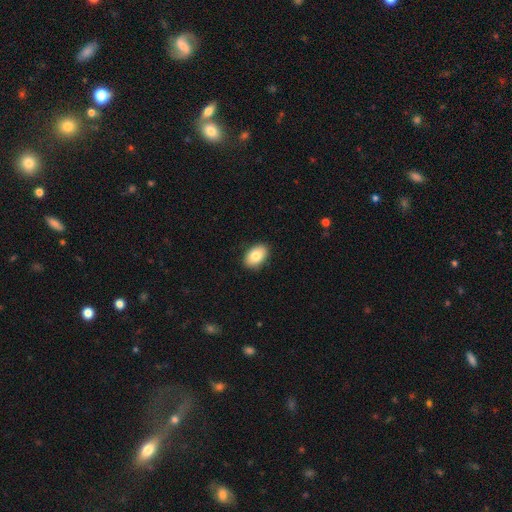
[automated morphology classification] A smooth galaxy with no disk features (83%) that is in between round and cigar-shaped (88%). Merging: none (89%).